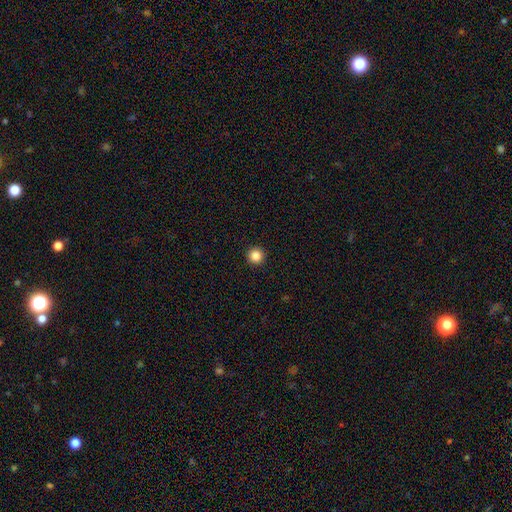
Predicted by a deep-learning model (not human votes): Smooth or featured? smooth (86%)
How rounded? round (96%)
Merging? none (94%)